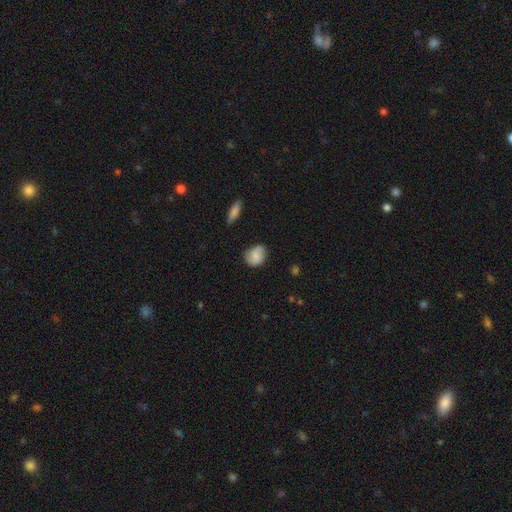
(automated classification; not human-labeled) A smooth galaxy with no disk features (63%) that is round (62%).

Vote fractions:
- Smooth or featured? smooth: 63% / featured or disk: 30% / star or artifact: 8%
- How rounded? round: 62% / in between: 36% / cigar-shaped: 2%
- Merging? none: 68% / minor disturbance: 24% / major disturbance: 6% / merger: 2%